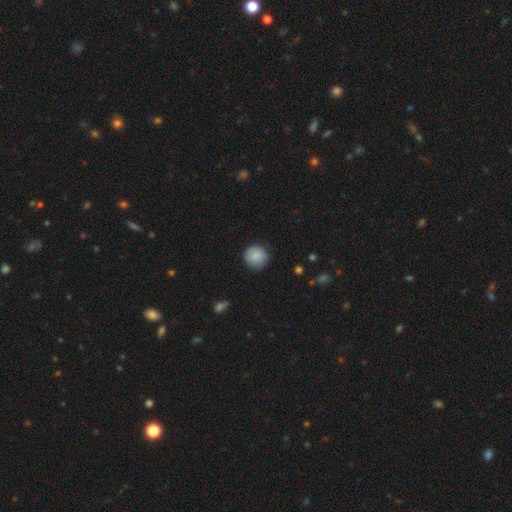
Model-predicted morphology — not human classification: This is clearly a smooth galaxy (87%). How rounded: clearly round (93%). Merging: clearly none (84%).